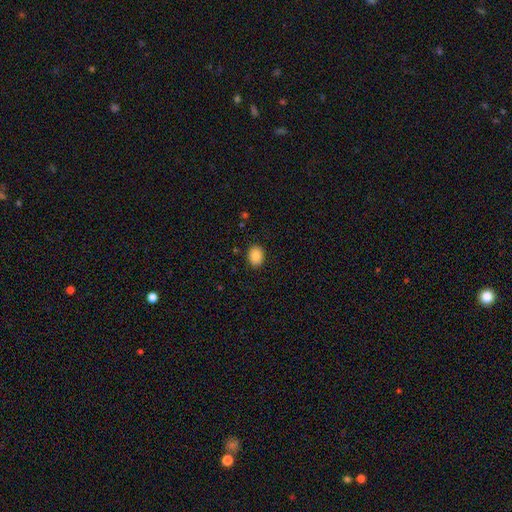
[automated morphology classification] smooth-or-featured: smooth: 87% | star or artifact: 8% | featured or disk: 5%
  how-rounded: in between: 61% | round: 38% | cigar-shaped: 1%
  merging: none: 89% | minor disturbance: 8% | major disturbance: 2% | merger: 1%